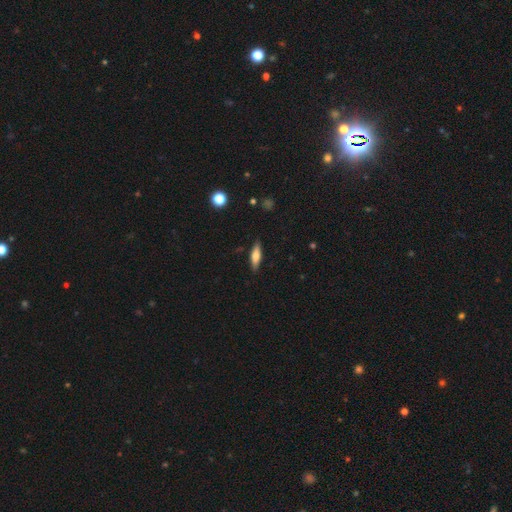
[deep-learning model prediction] The model was most divided on "how rounded": cigar-shaped: 62%, in between: 36%, round: 2%. More confident: merging — none (87%); smooth or featured — smooth (64%).